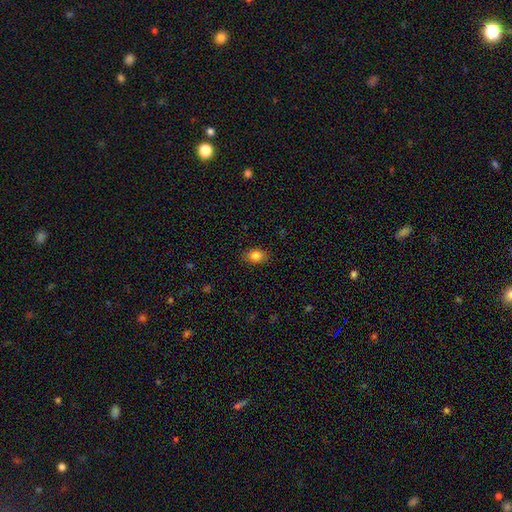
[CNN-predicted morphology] type=smooth (84%); roundness=in between (70%); merging=none (87%).